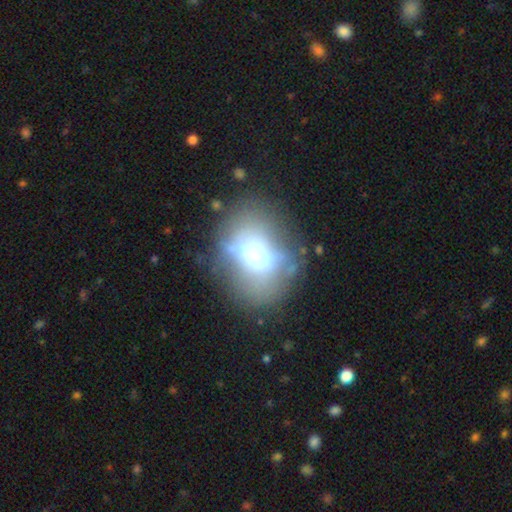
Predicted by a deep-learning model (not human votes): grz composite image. It shows a smooth galaxy with no disk features (52%) that is in between round and cigar-shaped (50%). Merging: none (55%).